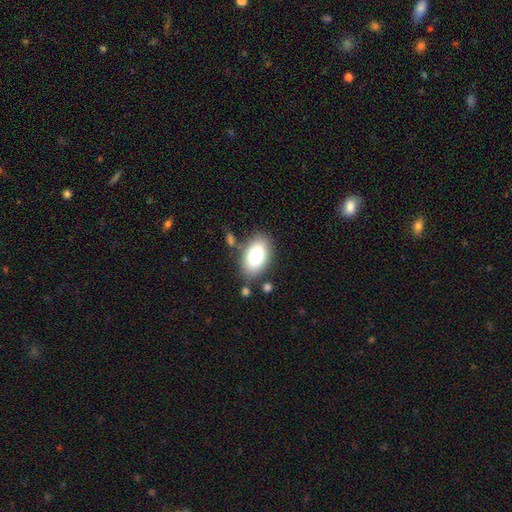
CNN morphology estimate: smooth_or_featured: smooth (p=0.79) [alt: featured or disk p=0.13]
how_rounded: in between (p=0.92) [alt: round p=0.06]
merging: none (p=0.79) [alt: minor disturbance p=0.12]